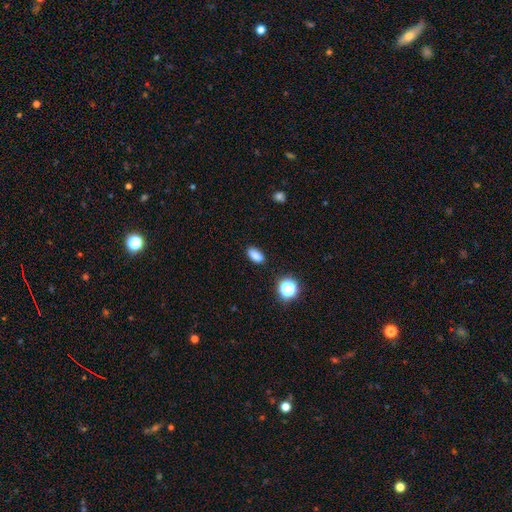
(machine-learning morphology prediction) Overall: smooth (83%). How rounded: in between (80%). Merging: none (85%).